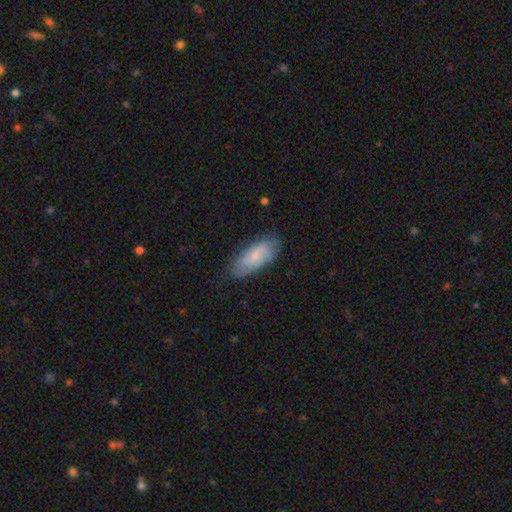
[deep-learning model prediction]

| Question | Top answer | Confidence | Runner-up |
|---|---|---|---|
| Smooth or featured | smooth | 68% | featured or disk (26%) |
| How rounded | in between | 80% | cigar-shaped (18%) |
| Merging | none | 68% | minor disturbance (24%) |